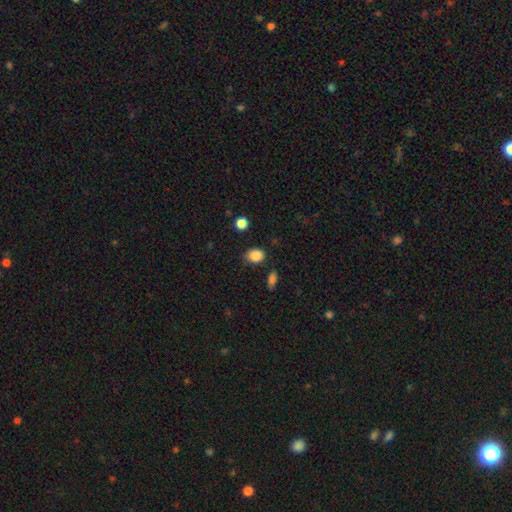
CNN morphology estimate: Q: Smooth or featured?
A: smooth (87%); runner-up: star or artifact (9%)
Q: How rounded?
A: in between (64%); runner-up: round (35%)
Q: Merging?
A: none (77%); runner-up: minor disturbance (16%)